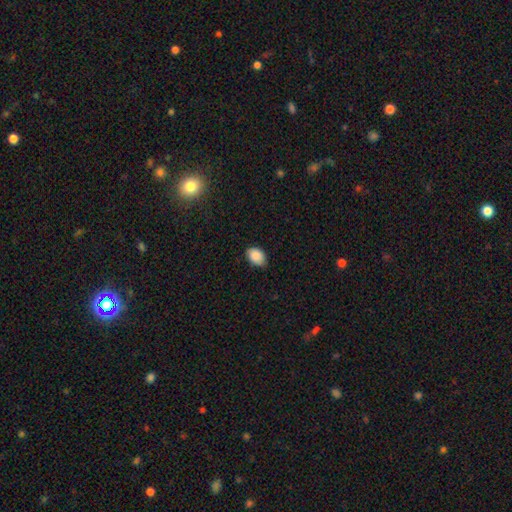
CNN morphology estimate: This is clearly a smooth galaxy (89%). How rounded: clearly in between (81%). Merging: likely none (76%).